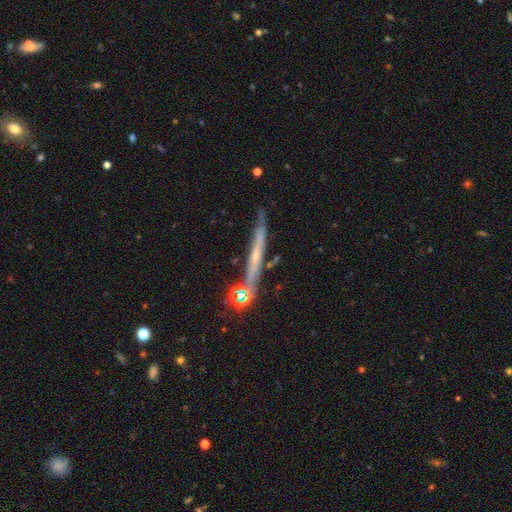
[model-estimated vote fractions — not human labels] Smooth or featured?
  - featured or disk: 65% *
  - smooth: 24%
  - star or artifact: 12%
Edge-on disk?
  - yes: 90% *
  - no: 10%
Edge-on bulge?
  - none: 57% *
  - rounded: 37%
  - boxy: 6%
Merging?
  - none: 71% *
  - minor disturbance: 15%
  - merger: 8%
  - major disturbance: 5%